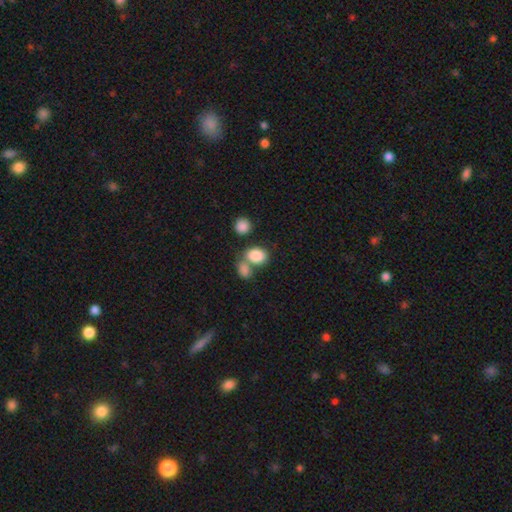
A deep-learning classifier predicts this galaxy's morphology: A smooth galaxy with no disk features (85%) that is in between round and cigar-shaped (65%).

Vote fractions:
- Smooth or featured? smooth: 85% / star or artifact: 8% / featured or disk: 7%
- How rounded? in between: 65% / round: 34% / cigar-shaped: 1%
- Merging? merger: 46% / none: 39% / minor disturbance: 10% / major disturbance: 5%